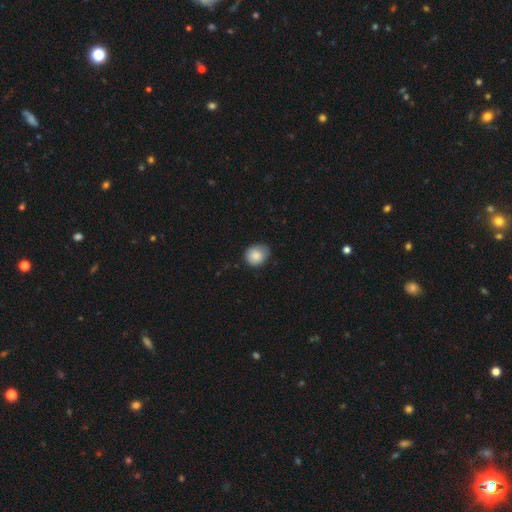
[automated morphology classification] This is clearly a smooth galaxy (85%). How rounded: likely round (65%). Merging: likely none (63%).